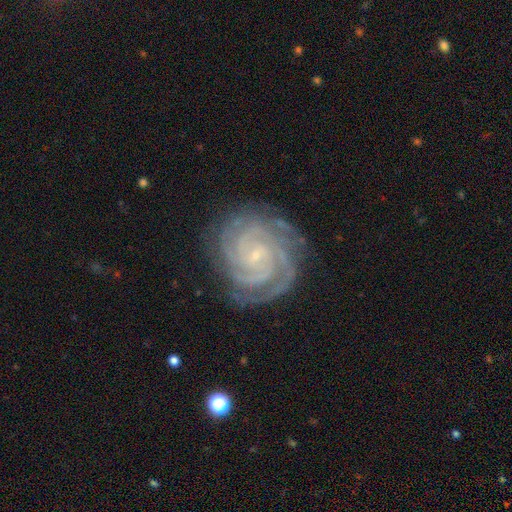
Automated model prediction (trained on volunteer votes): A featured or disk galaxy (92%) with no bar (63%), 3 (28%) tight (83%) spiral arms (99%) and a small central bulge (87%). Merging: none (81%).